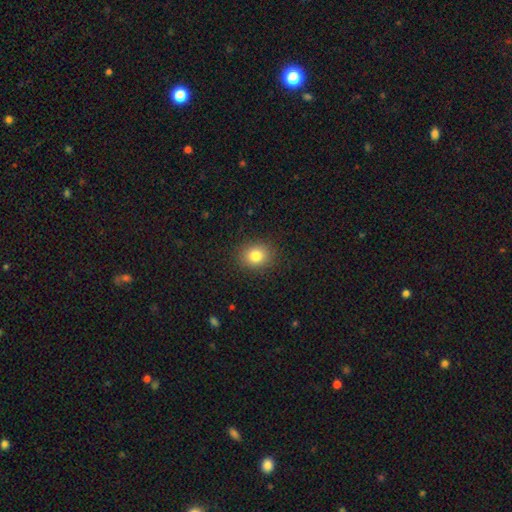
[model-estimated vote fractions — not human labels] This is clearly a smooth galaxy (83%). How rounded: likely round (65%). Merging: clearly none (89%).